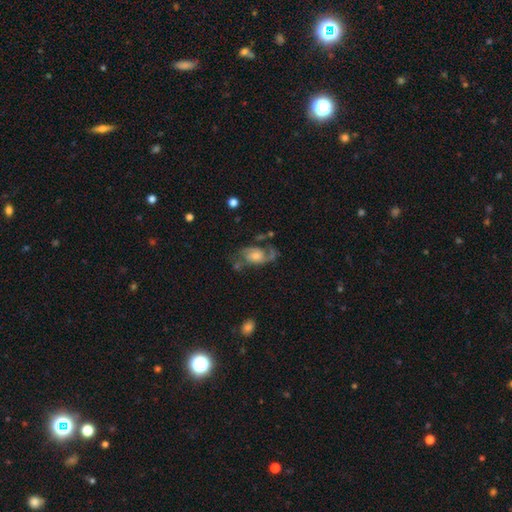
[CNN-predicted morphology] type=featured or disk (74%); edge-on=no (96%); bar=no (66%); spiral arms=yes (90%); winding=medium (44%); arm count=2 (74%); bulge=moderate (44%); merging=none (43%).